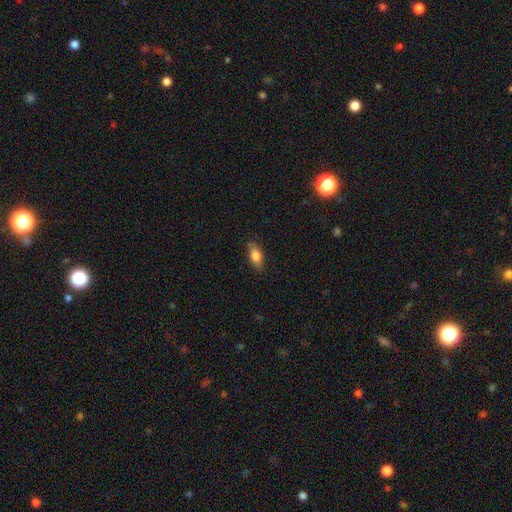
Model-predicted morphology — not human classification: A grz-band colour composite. It shows a smooth galaxy with no disk features (79%) that is in between round and cigar-shaped (83%). Merging: none (81%).